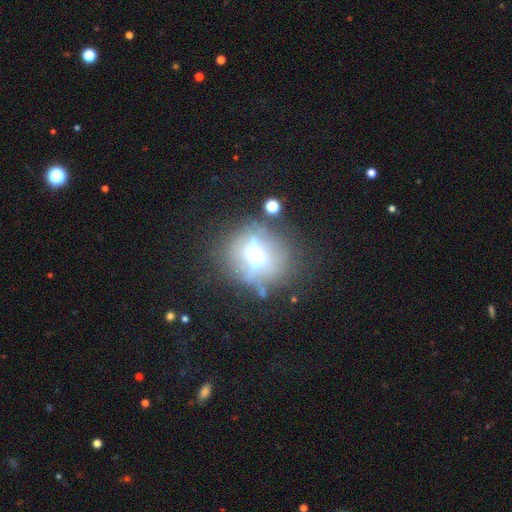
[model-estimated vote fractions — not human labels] Morphology: type=featured or disk (51%); edge-on=no (68%); merging=none (61%).